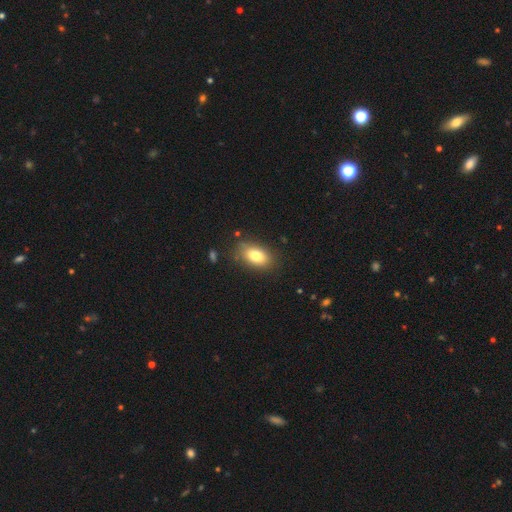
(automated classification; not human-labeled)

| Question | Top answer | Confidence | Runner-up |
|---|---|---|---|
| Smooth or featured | smooth | 80% | featured or disk (12%) |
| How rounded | in between | 89% | round (9%) |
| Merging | none | 81% | minor disturbance (13%) |